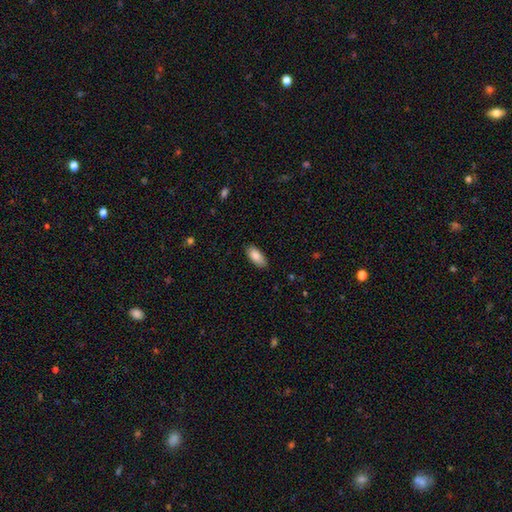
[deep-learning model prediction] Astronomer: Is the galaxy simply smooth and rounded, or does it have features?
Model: smooth — 87%.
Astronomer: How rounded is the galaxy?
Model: in between — 88%.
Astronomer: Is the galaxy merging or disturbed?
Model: none — 86%.